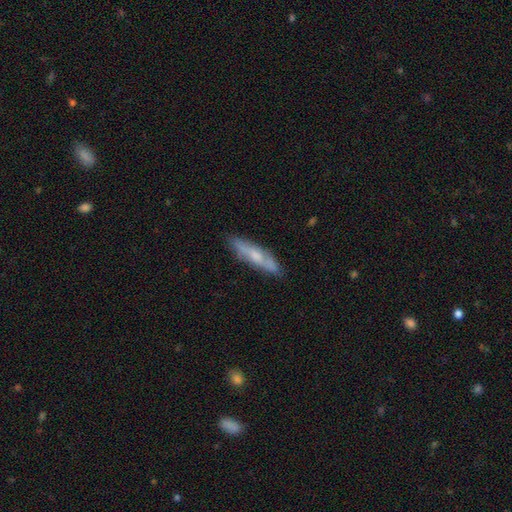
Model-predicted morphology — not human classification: Smooth or featured: smooth — 47% (featured or disk — 46%)
Merging: none — 81% (minor disturbance — 15%)